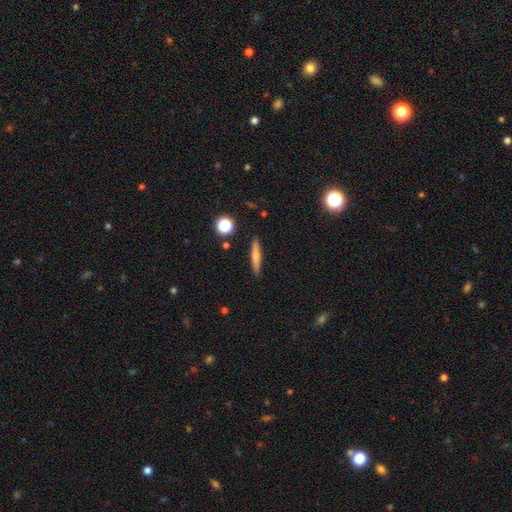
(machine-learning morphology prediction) Smooth or featured? Predicted: smooth (p=0.58). How rounded? Predicted: cigar-shaped (p=0.90). Merging? Predicted: none (p=0.89).